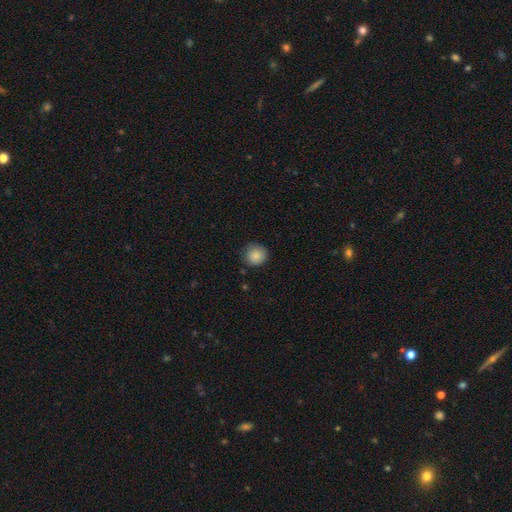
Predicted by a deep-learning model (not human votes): Smooth or featured? Predicted: smooth (p=0.86). How rounded? Predicted: round (p=0.91). Merging? Predicted: none (p=0.81).